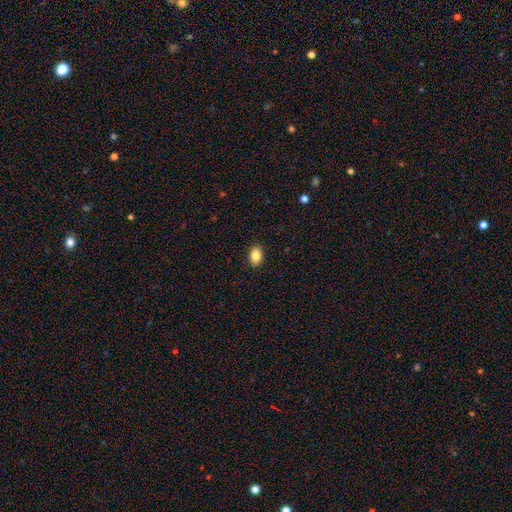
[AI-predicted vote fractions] Smooth or featured: smooth — 86% (star or artifact — 8%)
How rounded: in between — 86% (round — 13%)
Merging: none — 90% (minor disturbance — 8%)